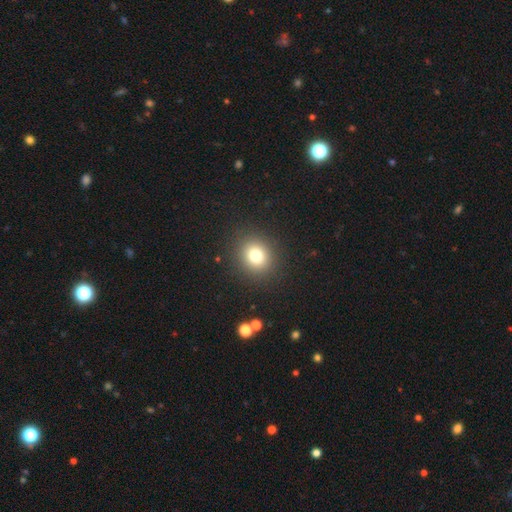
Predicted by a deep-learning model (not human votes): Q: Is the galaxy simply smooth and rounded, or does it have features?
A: smooth — 78%.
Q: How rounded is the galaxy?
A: round — 81%.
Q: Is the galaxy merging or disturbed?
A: none — 90%.